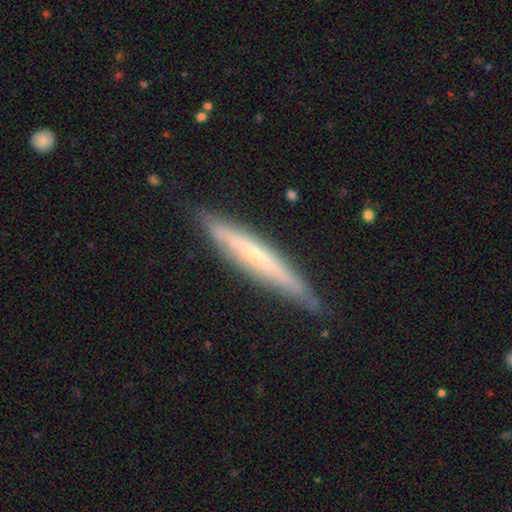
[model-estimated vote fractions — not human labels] A featured or disk galaxy (63%) viewed edge-on (86%) with a rounded central bulge (51%).

Vote fractions:
- Smooth or featured? featured or disk: 63% / smooth: 31% / star or artifact: 6%
- Edge-on disk? yes: 86% / no: 14%
- Edge-on bulge? rounded: 51% / none: 44% / boxy: 5%
- Merging? none: 81% / minor disturbance: 15% / major disturbance: 2% / merger: 1%